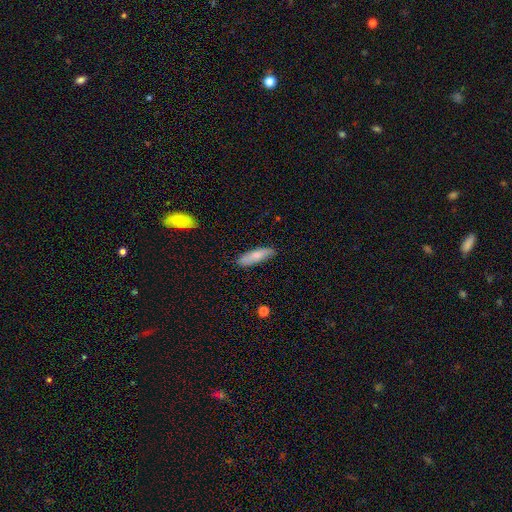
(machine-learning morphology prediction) smooth-or-featured: smooth: 76% | featured or disk: 18% | star or artifact: 6%
  how-rounded: cigar-shaped: 53% | in between: 46% | round: 2%
  merging: none: 79% | minor disturbance: 17% | major disturbance: 3% | merger: 1%